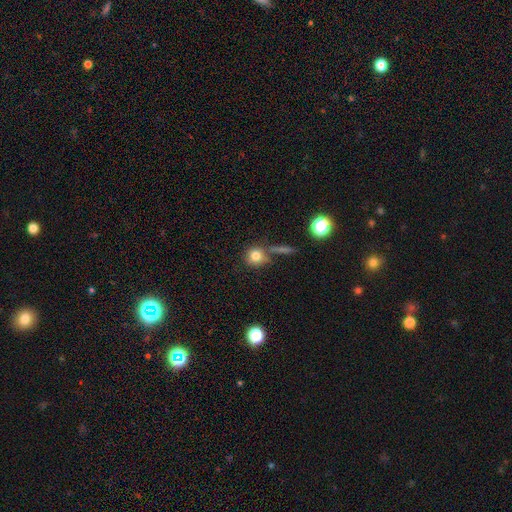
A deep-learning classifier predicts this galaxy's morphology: Smooth or featured: smooth — 79% (star or artifact — 11%)
How rounded: round — 87% (in between — 11%)
Merging: none — 66% (merger — 15%)